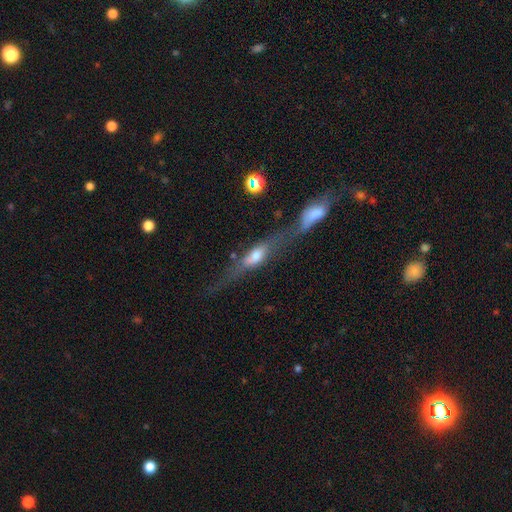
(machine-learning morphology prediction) smooth-or-featured: featured or disk: 61% | smooth: 30% | star or artifact: 9%
  disk-edge-on: yes: 69% | no: 31%
  merging: merger: 47% | none: 28% | major disturbance: 13% | minor disturbance: 12%